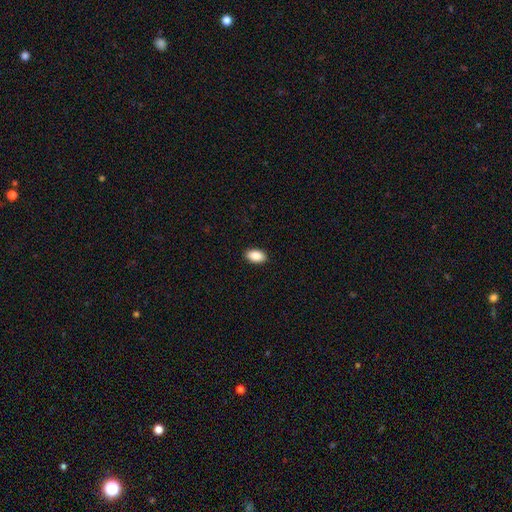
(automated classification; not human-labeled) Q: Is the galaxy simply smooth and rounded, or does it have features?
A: smooth — 89%.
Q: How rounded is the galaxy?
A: in between — 93%.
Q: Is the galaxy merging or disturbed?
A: none — 91%.